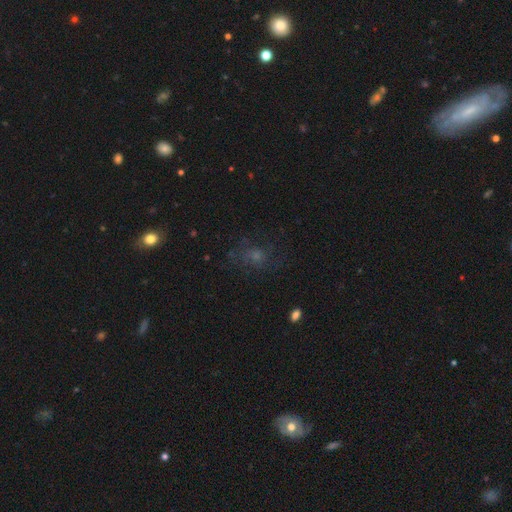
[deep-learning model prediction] Smooth or featured?
  - smooth: 40% *
  - star or artifact: 34%
  - featured or disk: 26%
Merging?
  - none: 66% *
  - minor disturbance: 17%
  - major disturbance: 15%
  - merger: 2%